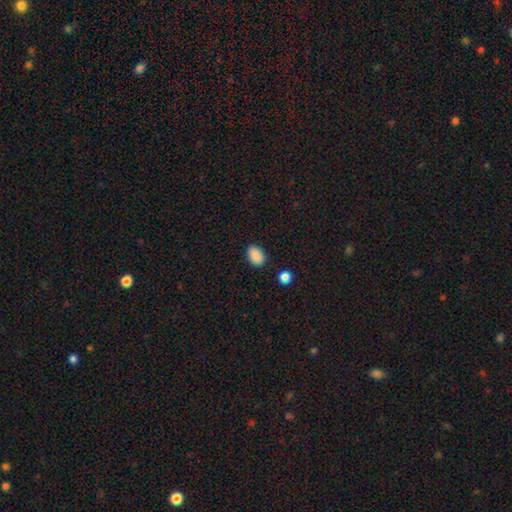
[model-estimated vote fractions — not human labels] smooth 89%, star or artifact 8%, featured or disk 3%. Down the decision tree: how rounded — in between (84%); merging — none (85%).